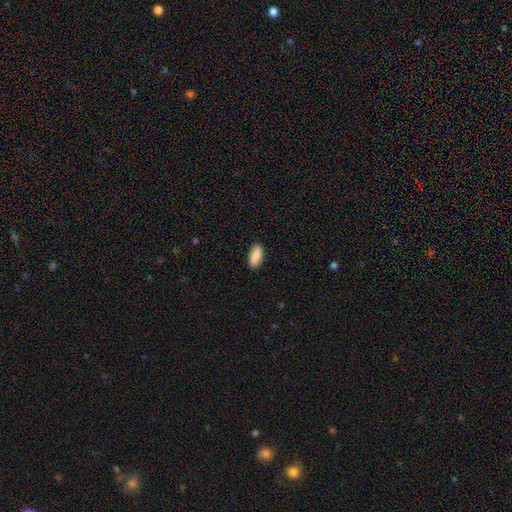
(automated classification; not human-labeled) smooth-or-featured: smooth: 88% | star or artifact: 6% | featured or disk: 6%
  how-rounded: in between: 84% | cigar-shaped: 14% | round: 2%
  merging: none: 88% | minor disturbance: 9% | major disturbance: 2% | merger: 1%